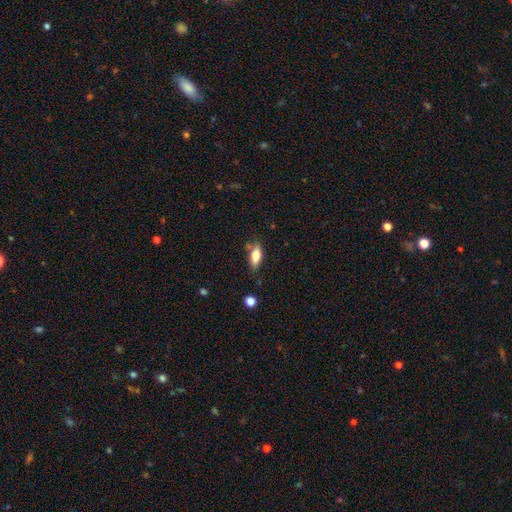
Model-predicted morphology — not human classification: Q: Smooth or featured?
A: smooth (70%); runner-up: featured or disk (23%)
Q: How rounded?
A: in between (74%); runner-up: cigar-shaped (23%)
Q: Merging?
A: none (73%); runner-up: minor disturbance (18%)